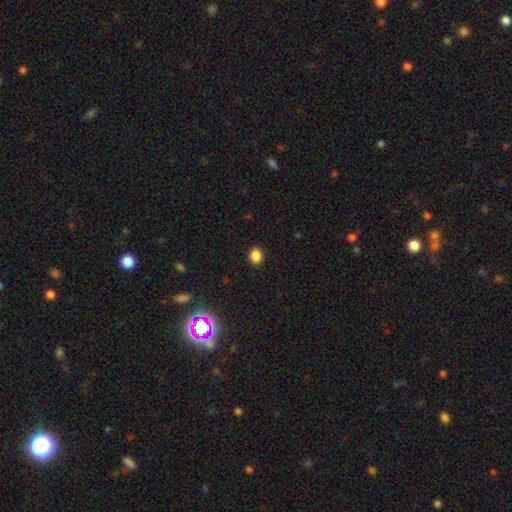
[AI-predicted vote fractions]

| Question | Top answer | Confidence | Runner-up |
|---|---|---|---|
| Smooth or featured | smooth | 86% | star or artifact (11%) |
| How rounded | in between | 52% | round (47%) |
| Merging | none | 90% | minor disturbance (7%) |